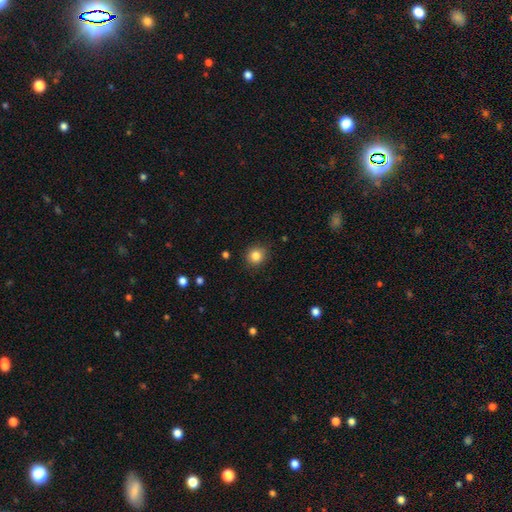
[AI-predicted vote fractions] Morphology: type=smooth (84%); roundness=round (89%); merging=none (89%).